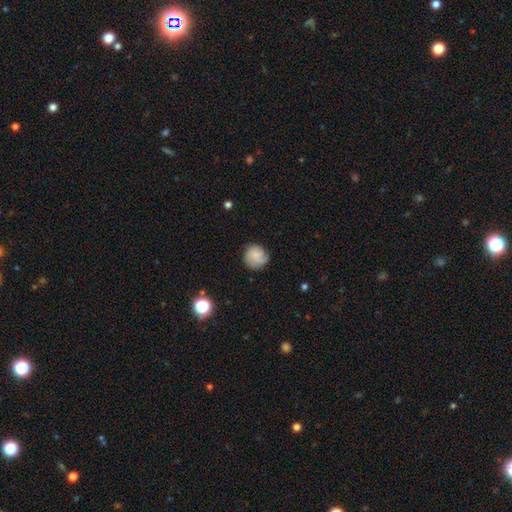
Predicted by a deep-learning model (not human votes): Overall: smooth (53%; featured or disk 39%). How rounded: round (84%). Merging: none (71%).